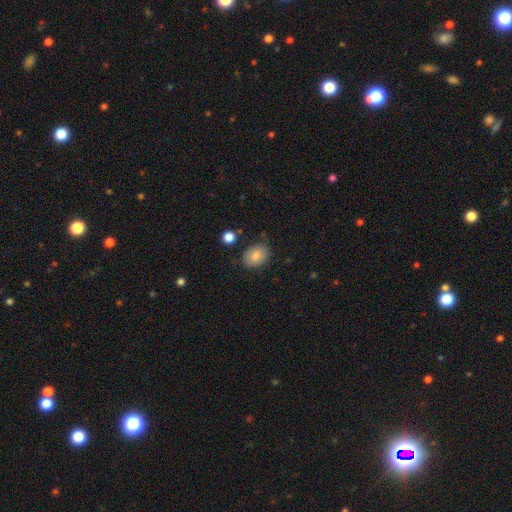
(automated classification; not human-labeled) Q: Smooth or featured?
A: smooth (81%); runner-up: featured or disk (11%)
Q: How rounded?
A: in between (67%); runner-up: round (32%)
Q: Merging?
A: none (81%); runner-up: minor disturbance (14%)